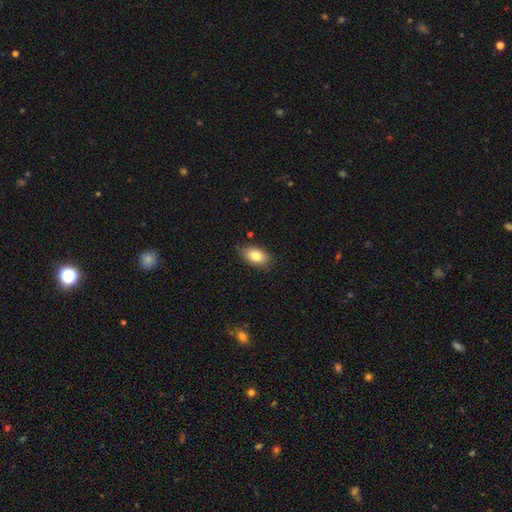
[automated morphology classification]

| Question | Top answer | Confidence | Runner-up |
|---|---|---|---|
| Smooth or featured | smooth | 82% | featured or disk (10%) |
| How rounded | in between | 90% | round (8%) |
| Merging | none | 82% | minor disturbance (14%) |